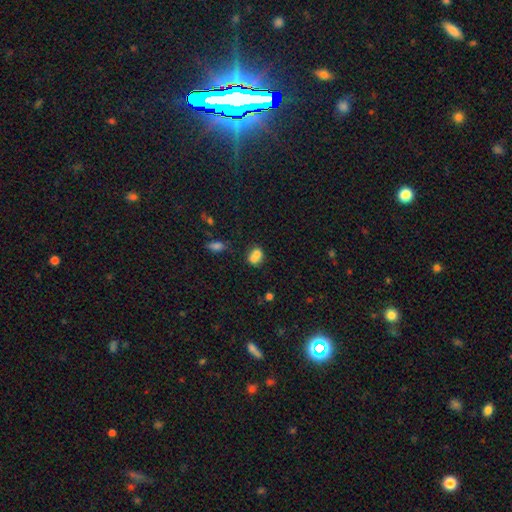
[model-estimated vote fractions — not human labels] Smooth or featured? Predicted: smooth (p=0.72). How rounded? Predicted: round (p=0.52). Merging? Predicted: merger (p=0.61).